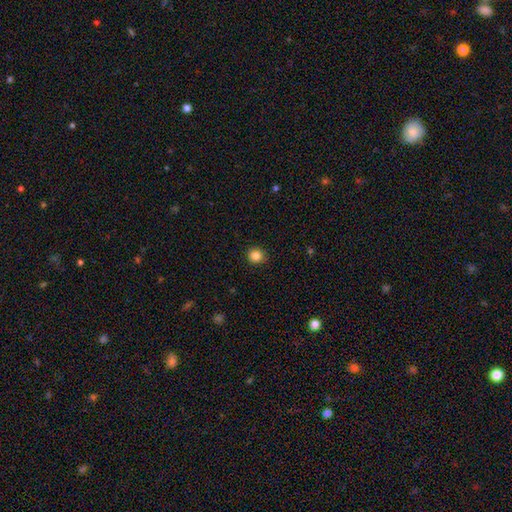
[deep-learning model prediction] This appears to be a smooth galaxy with no disk features (85%) that is round (91%). Merging: none (92%).